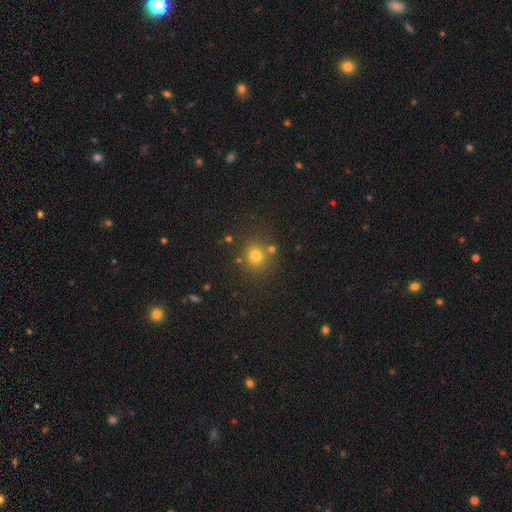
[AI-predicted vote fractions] Smooth or featured?
  - smooth: 75% *
  - star or artifact: 17%
  - featured or disk: 8%
How rounded?
  - round: 89% *
  - in between: 10%
  - cigar-shaped: 1%
Merging?
  - none: 78% *
  - merger: 10%
  - minor disturbance: 9%
  - major disturbance: 3%